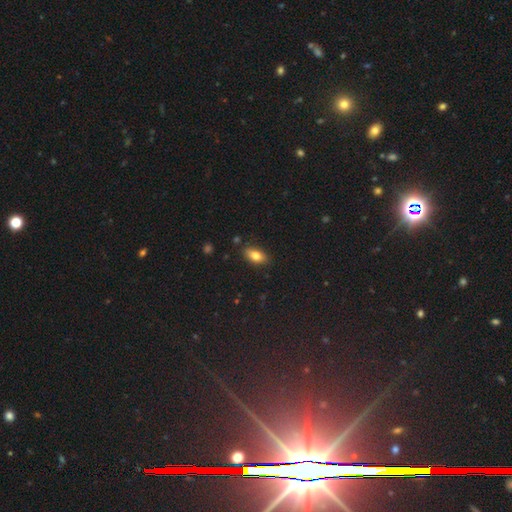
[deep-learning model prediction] Morphology: type=smooth (79%); roundness=in between (88%); merging=none (85%).